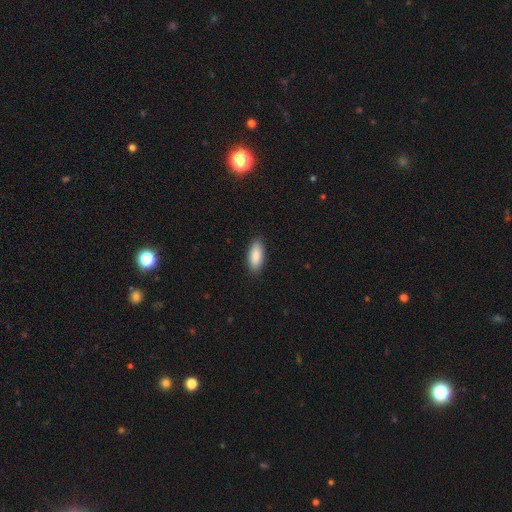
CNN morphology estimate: This is clearly a smooth galaxy (89%). How rounded: clearly in between (83%). Merging: clearly none (88%).